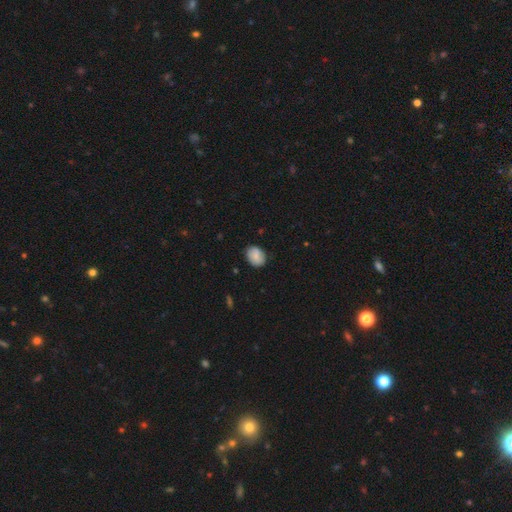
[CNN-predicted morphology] smooth 82%, featured or disk 11%, star or artifact 7%. Down the decision tree: how rounded — in between (61%); merging — none (82%).